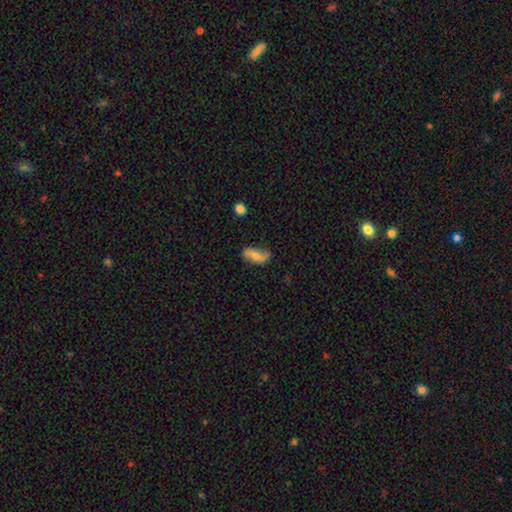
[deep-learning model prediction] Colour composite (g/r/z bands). It shows a featured or disk galaxy (58%) with no bar (49%), spiral arms (87%) and a moderate central bulge (55%). Merging: none (72%).